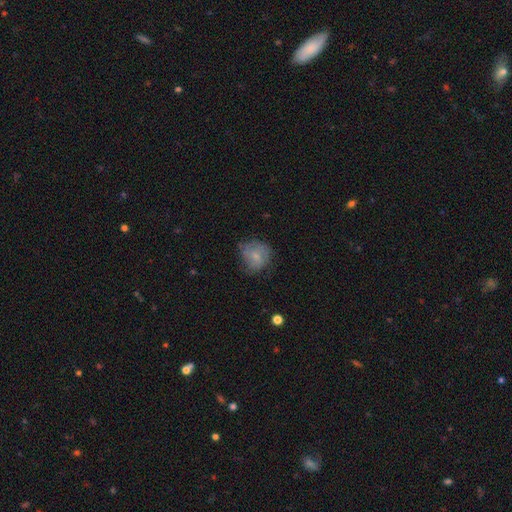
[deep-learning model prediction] The model was most divided on "merging": none: 55%, minor disturbance: 29%, major disturbance: 14%, merger: 2%. More confident: how rounded — round (74%); smooth or featured — smooth (62%).